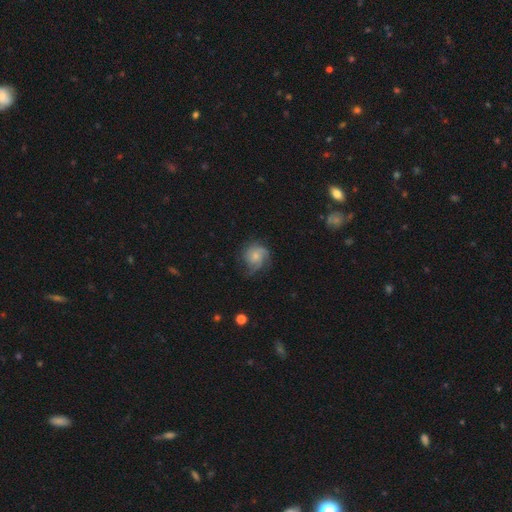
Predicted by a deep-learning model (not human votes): smooth-or-featured: featured or disk: 55% | smooth: 37% | star or artifact: 8%
  disk-edge-on: no: 98% | yes: 2%
    bar: no: 80% | weak: 18% | strong: 2%
    has-spiral-arms: yes: 88% | no: 12%
    bulge-size: small: 57% | moderate: 34% | none: 5% | large: 3% | dominant: 1%
  merging: none: 56% | minor disturbance: 27% | major disturbance: 16% | merger: 1%